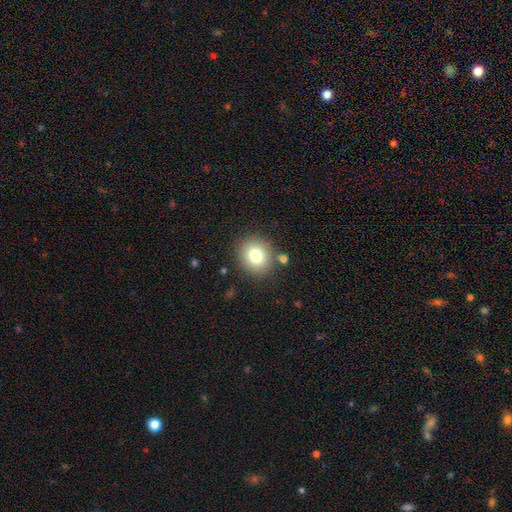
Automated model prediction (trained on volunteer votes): Smooth or featured? Predicted: smooth (p=0.79). How rounded? Predicted: round (p=0.73). Merging? Predicted: none (p=0.83).